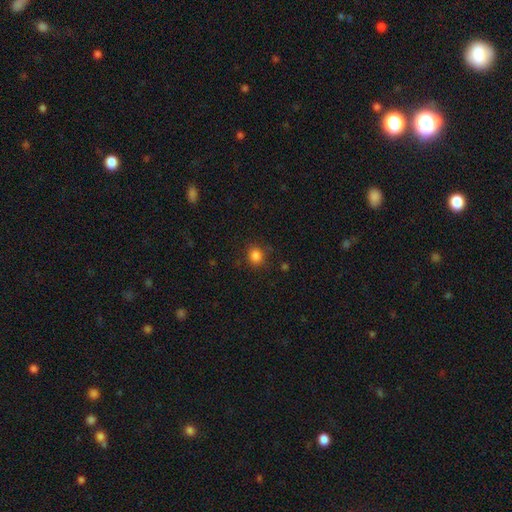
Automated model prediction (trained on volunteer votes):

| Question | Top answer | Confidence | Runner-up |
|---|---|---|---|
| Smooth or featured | smooth | 83% | star or artifact (12%) |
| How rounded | round | 78% | in between (21%) |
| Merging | none | 84% | minor disturbance (11%) |